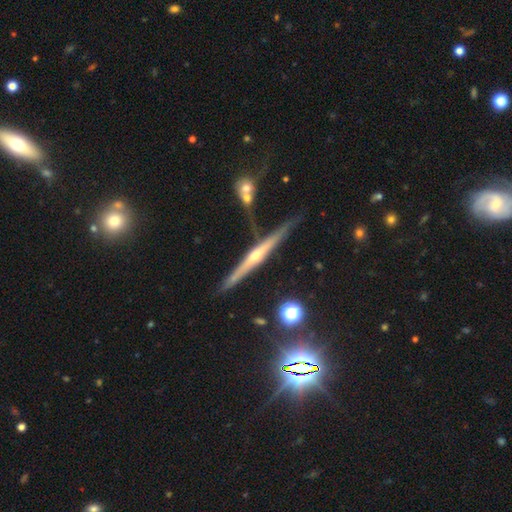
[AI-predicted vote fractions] featured or disk 77%, smooth 16%, star or artifact 7%. Down the decision tree: edge-on disk — yes (96%); edge-on bulge — rounded (80%); merging — none (71%).